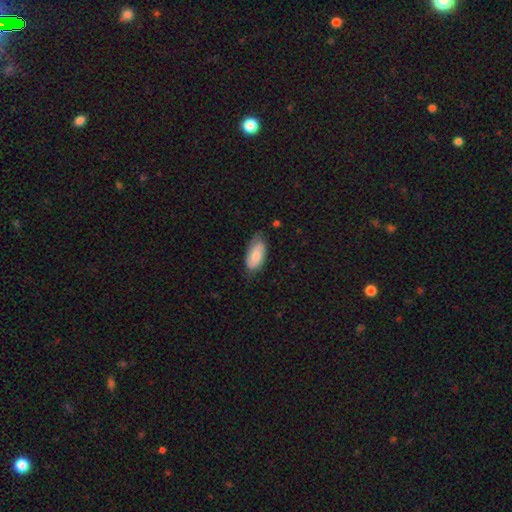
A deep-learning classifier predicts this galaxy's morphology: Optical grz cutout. It shows a smooth galaxy with no disk features (67%) that is in between round and cigar-shaped (92%). Merging: none (59%).